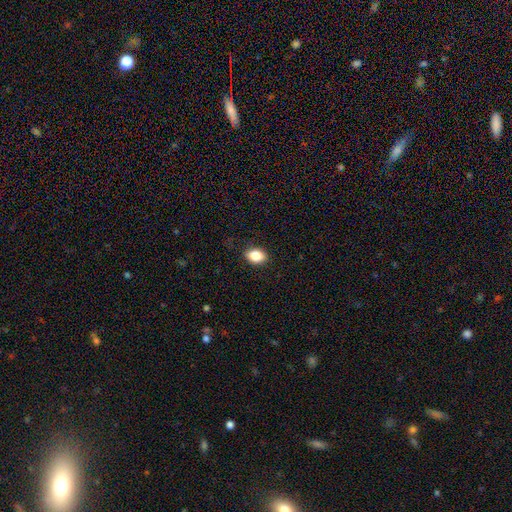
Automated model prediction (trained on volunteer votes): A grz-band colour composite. It shows a smooth galaxy with no disk features (86%) that is in between round and cigar-shaped (82%). Merging: none (87%).